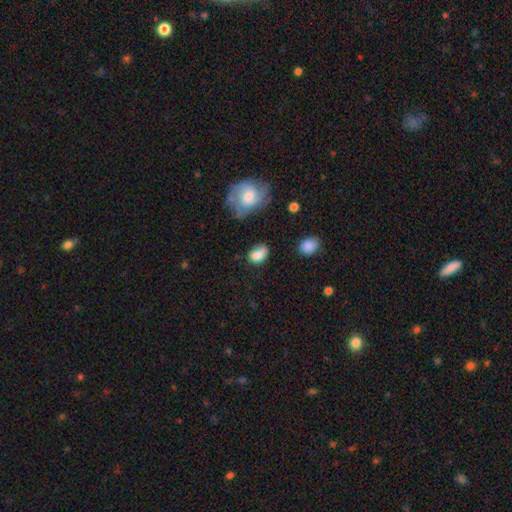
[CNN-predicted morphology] This is clearly a smooth galaxy (83%). How rounded: clearly in between (81%). Merging: possibly none (57%).